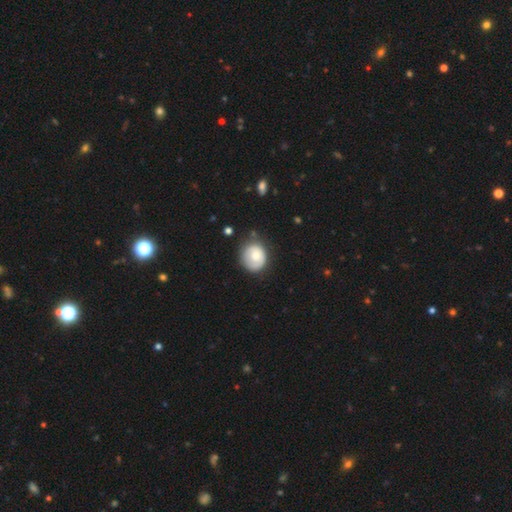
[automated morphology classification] Smooth or featured? smooth (71%)
How rounded? round (78%)
Merging? none (66%)